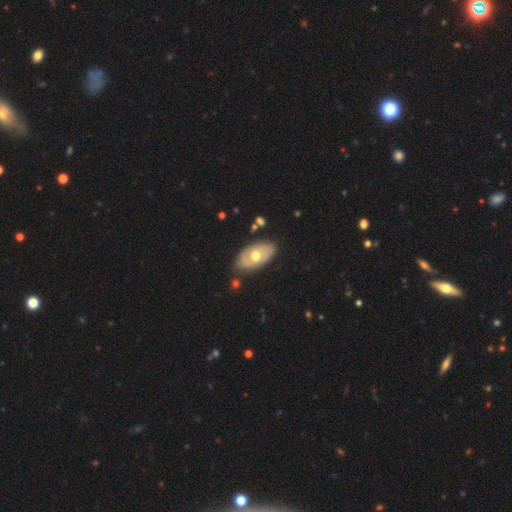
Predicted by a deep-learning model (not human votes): smooth 49%, featured or disk 46%, star or artifact 5%. Down the decision tree: merging — none (73%).